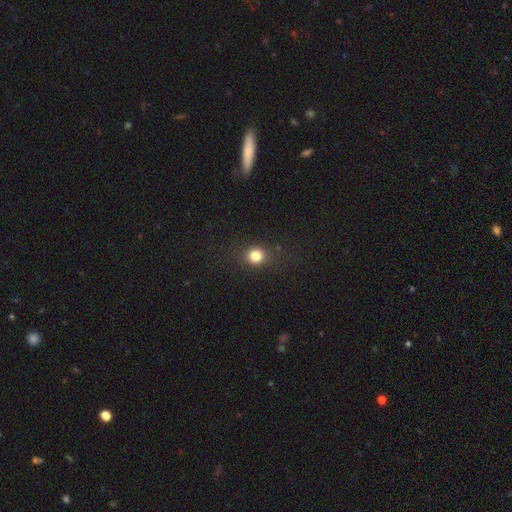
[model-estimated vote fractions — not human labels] A smooth galaxy with no disk features (81%) that is round (82%). Merging: none (85%).